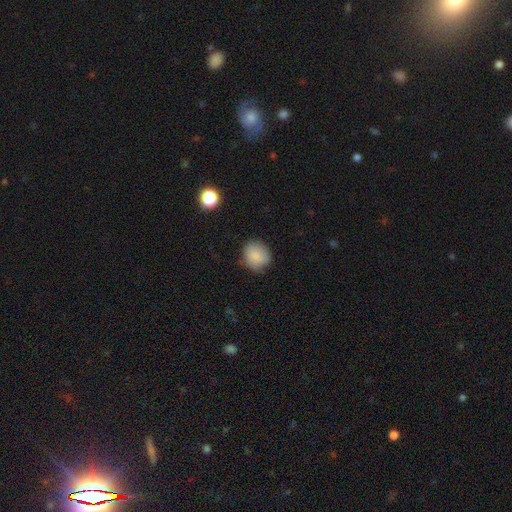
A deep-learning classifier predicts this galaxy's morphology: Smooth or featured?
  - smooth: 87% *
  - star or artifact: 8%
  - featured or disk: 5%
How rounded?
  - round: 78% *
  - in between: 21%
  - cigar-shaped: 1%
Merging?
  - none: 81% *
  - minor disturbance: 15%
  - major disturbance: 3%
  - merger: 1%